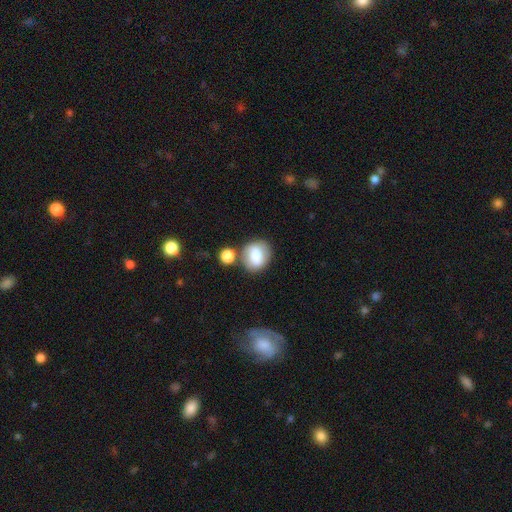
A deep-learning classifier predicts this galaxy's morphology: Smooth or featured? Predicted: smooth (p=0.68). How rounded? Predicted: round (p=0.69). Merging? Predicted: none (p=0.66).